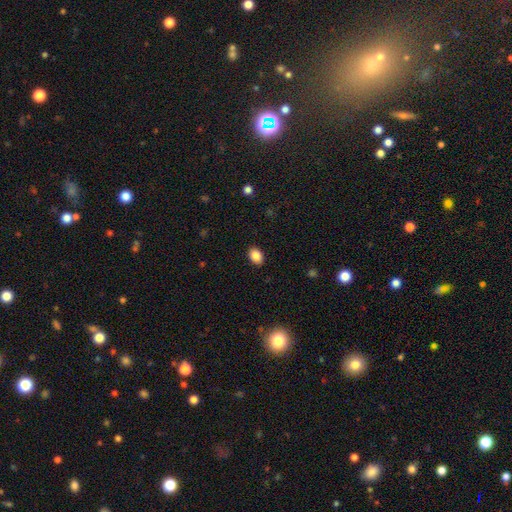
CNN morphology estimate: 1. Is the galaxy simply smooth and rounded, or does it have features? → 87% smooth, 9% star or artifact, 4% featured or disk.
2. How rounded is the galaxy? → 72% in between, 27% round, 1% cigar-shaped.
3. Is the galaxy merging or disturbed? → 89% none, 8% minor disturbance, 2% major disturbance, 1% merger.